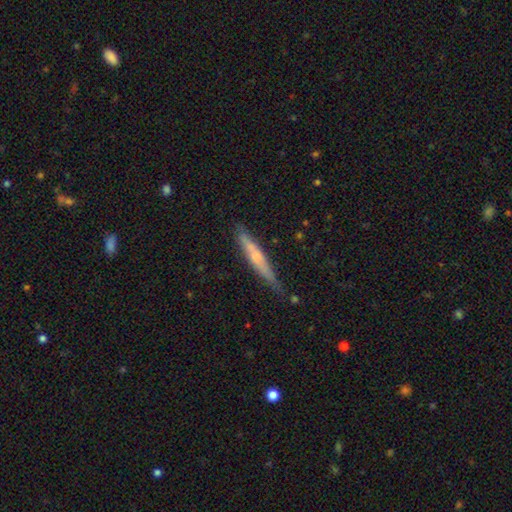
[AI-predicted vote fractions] Smooth or featured? Predicted: smooth (p=0.49). Merging? Predicted: none (p=0.75).